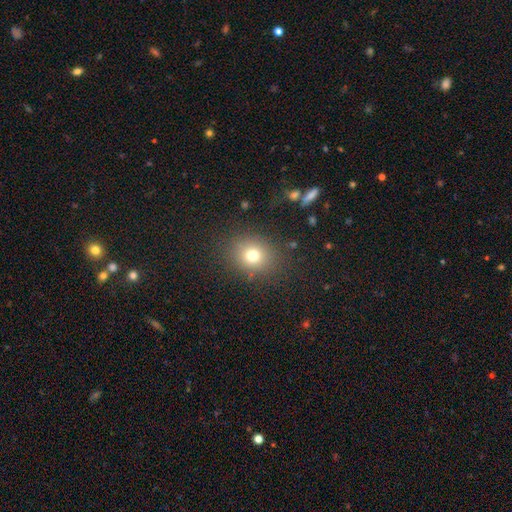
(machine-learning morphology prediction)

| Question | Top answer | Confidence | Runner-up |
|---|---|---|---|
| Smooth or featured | smooth | 65% | star or artifact (28%) |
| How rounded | round | 72% | in between (27%) |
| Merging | none | 89% | minor disturbance (7%) |